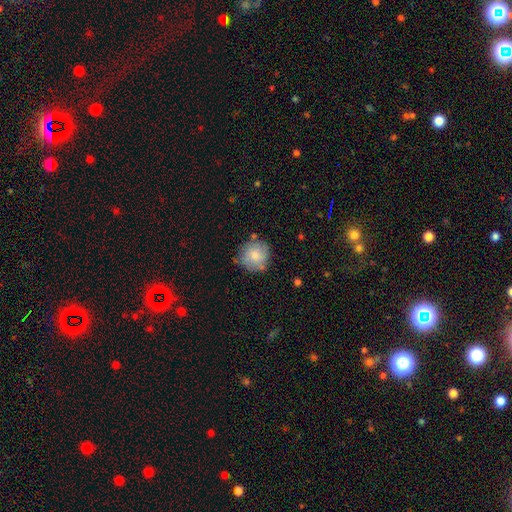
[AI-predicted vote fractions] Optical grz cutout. It shows a smooth galaxy with no disk features (72%) that is round (91%). Merging: none (73%).